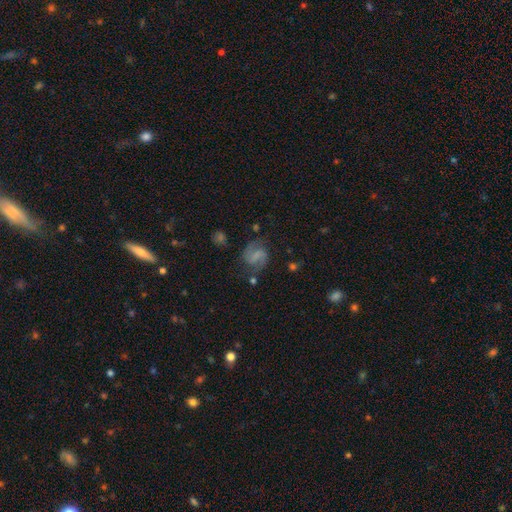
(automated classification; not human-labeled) Morphology: type=featured or disk (73%); edge-on=no (98%); bar=weak (47%); spiral arms=yes (94%); winding=medium (52%); arm count=2 (90%); bulge=none (61%); merging=none (68%).